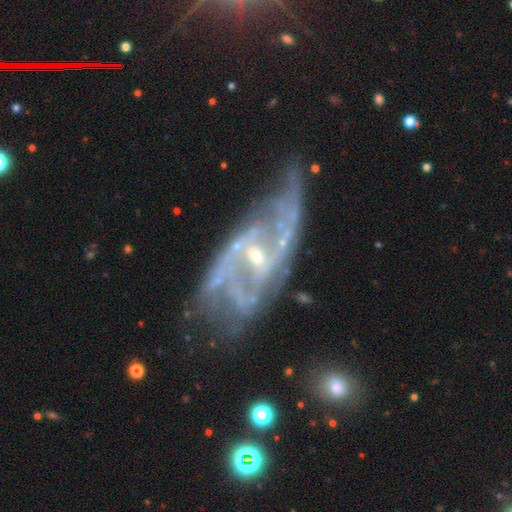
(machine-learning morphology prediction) Overall: featured or disk (87%). Edge-on disk: no (92%). Bar: weak (44%; no 32%). Spiral arms: yes (93%). Spiral arm count: 2 (54%; can't tell 20%). Spiral winding: medium (44%; loose 33%). Bulge size: small (69%). Merging: none (52%; minor disturbance 24%).